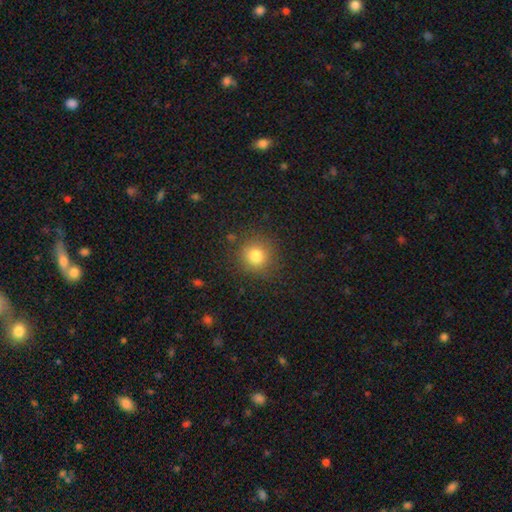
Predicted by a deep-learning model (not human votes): Smooth or featured: smooth — 81% (star or artifact — 13%)
How rounded: round — 91% (in between — 8%)
Merging: none — 86% (minor disturbance — 9%)